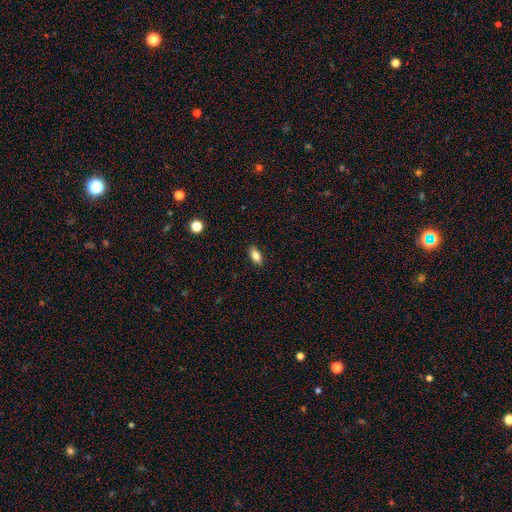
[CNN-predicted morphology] A smooth galaxy with no disk features (82%) that is in between round and cigar-shaped (88%). Merging: none (89%).